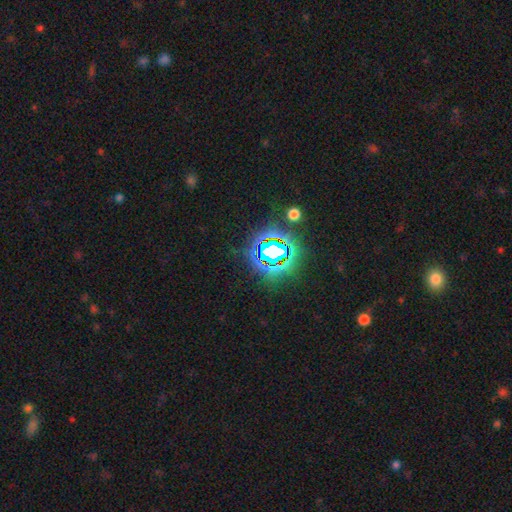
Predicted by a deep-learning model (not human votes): A star or artifact, not a galaxy (81%).

Vote fractions:
- Smooth or featured? star or artifact: 81% / smooth: 12% / featured or disk: 8%